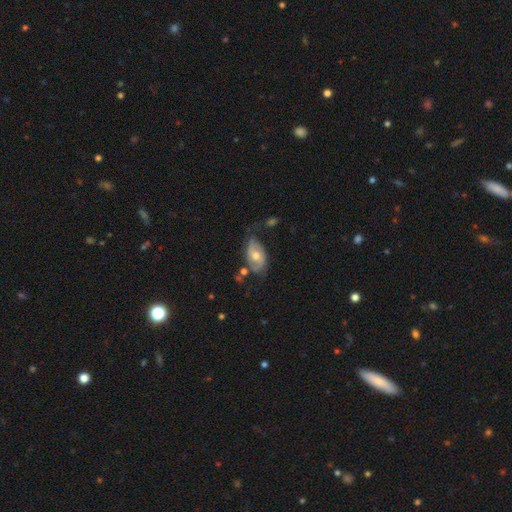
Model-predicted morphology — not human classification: Smooth or featured?
  - featured or disk: 63% *
  - smooth: 31%
  - star or artifact: 7%
Edge-on disk?
  - no: 94% *
  - yes: 6%
Bar?
  - no: 65% *
  - weak: 28%
  - strong: 7%
Spiral arms?
  - yes: 75% *
  - no: 25%
Bulge size?
  - moderate: 75% *
  - small: 17%
  - large: 6%
  - none: 1%
  - dominant: 1%
Merging?
  - none: 49% *
  - minor disturbance: 29%
  - major disturbance: 15%
  - merger: 7%